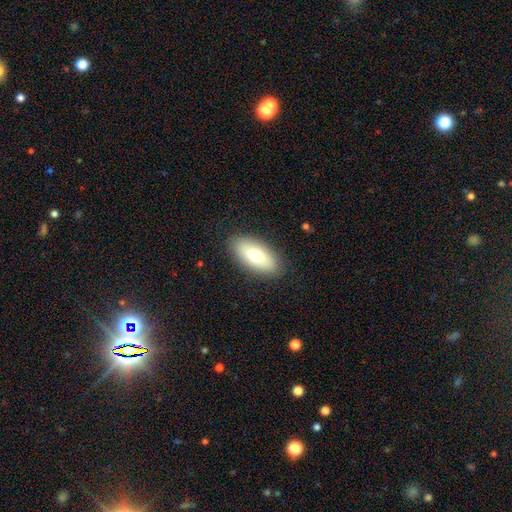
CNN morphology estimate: This is likely a smooth galaxy (76%). How rounded: clearly in between (90%). Merging: clearly none (87%).